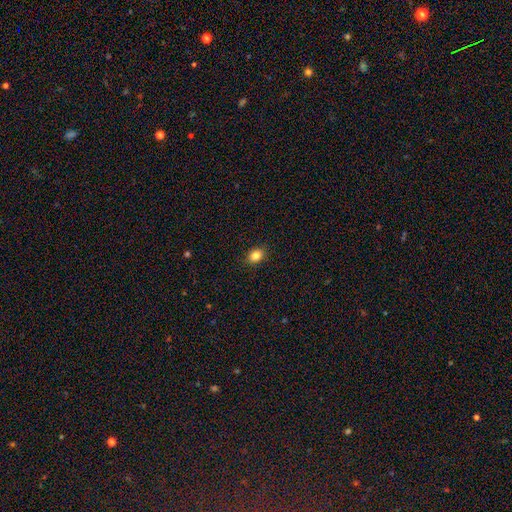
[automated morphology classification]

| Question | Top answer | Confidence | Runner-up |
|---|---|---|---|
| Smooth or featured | smooth | 85% | star or artifact (10%) |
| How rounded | in between | 59% | round (40%) |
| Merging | none | 90% | minor disturbance (8%) |